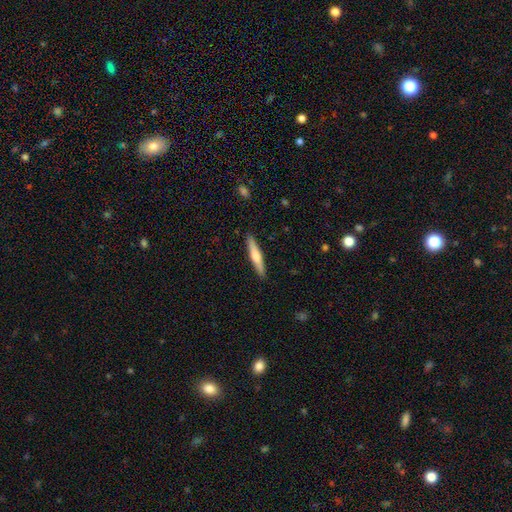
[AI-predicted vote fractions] Q: Smooth or featured?
A: smooth (54%); runner-up: featured or disk (41%)
Q: How rounded?
A: cigar-shaped (91%); runner-up: in between (7%)
Q: Merging?
A: none (90%); runner-up: minor disturbance (7%)